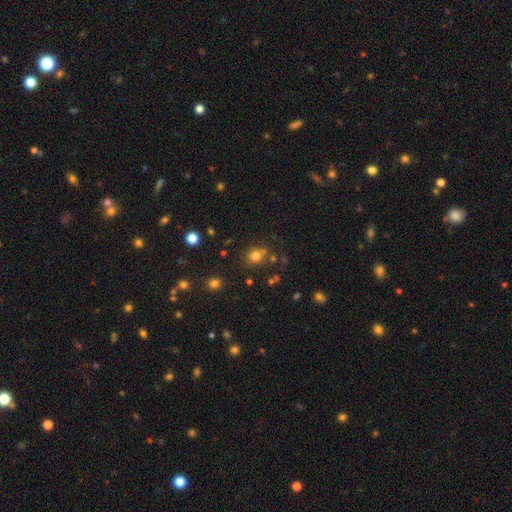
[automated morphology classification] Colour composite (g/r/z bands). It shows a smooth galaxy with no disk features (75%) that is round (78%). Merging: none (69%).